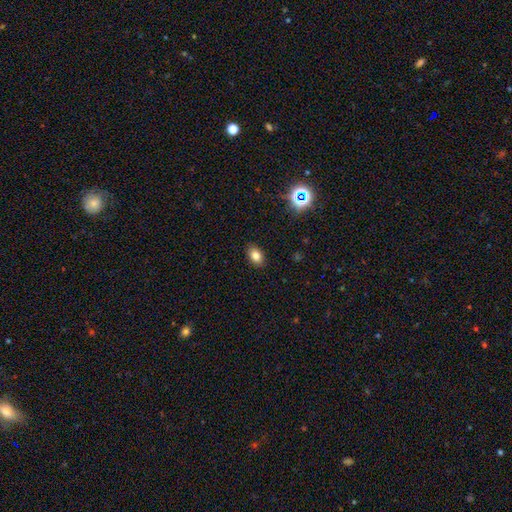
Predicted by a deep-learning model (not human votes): Morphology: type=smooth (80%); roundness=in between (85%); merging=none (88%).